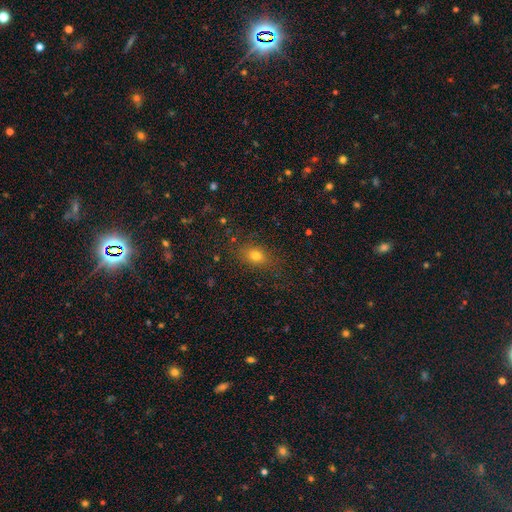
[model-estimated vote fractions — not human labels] Smooth or featured? smooth (73%)
How rounded? in between (65%)
Merging? none (81%)